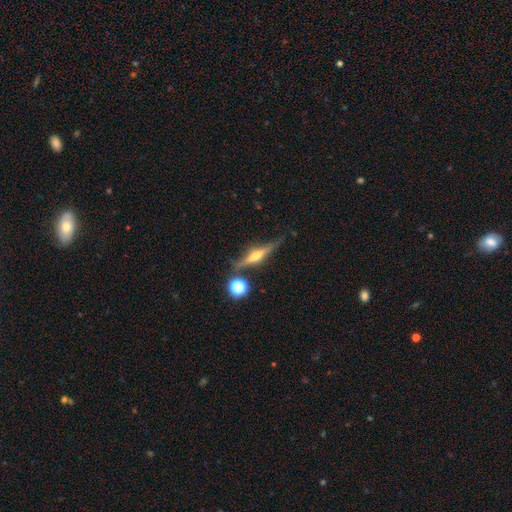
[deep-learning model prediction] Morphology: type=featured or disk (74%); edge-on=yes (96%); edge-on bulge=rounded (89%); merging=none (79%).